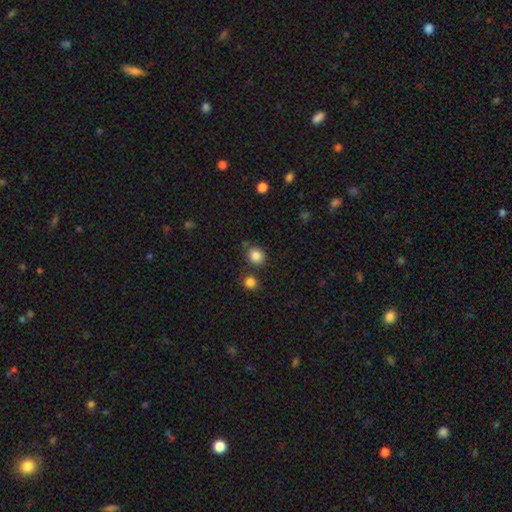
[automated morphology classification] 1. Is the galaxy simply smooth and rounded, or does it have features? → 85% smooth, 11% star or artifact, 4% featured or disk.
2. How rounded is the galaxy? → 75% round, 24% in between, 1% cigar-shaped.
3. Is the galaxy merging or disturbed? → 75% none, 11% minor disturbance, 10% merger, 4% major disturbance.